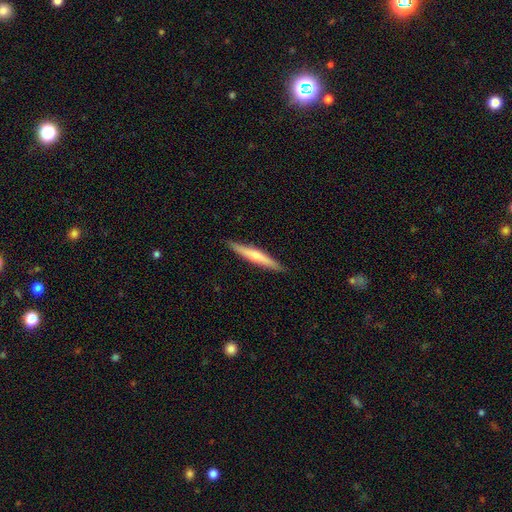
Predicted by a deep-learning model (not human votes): This appears to be a smooth galaxy with no disk features (49%). Merging: none (90%).